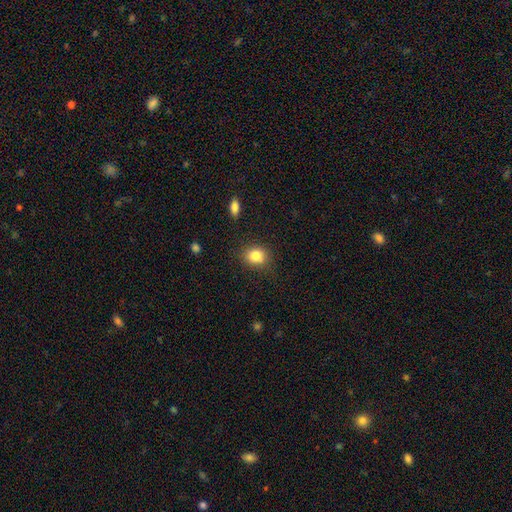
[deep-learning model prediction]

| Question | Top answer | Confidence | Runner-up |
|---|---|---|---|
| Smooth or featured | smooth | 83% | star or artifact (10%) |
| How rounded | round | 61% | in between (38%) |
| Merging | none | 81% | minor disturbance (13%) |